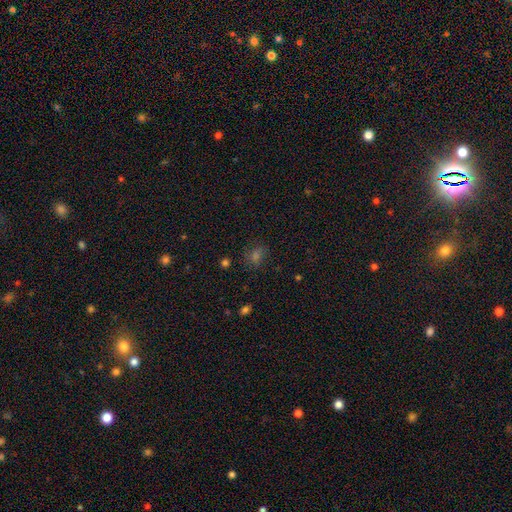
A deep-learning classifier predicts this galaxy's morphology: type=smooth (55%); roundness=round (55%); merging=none (79%).